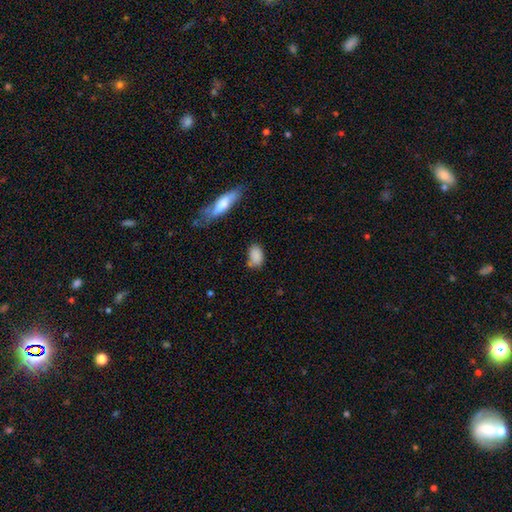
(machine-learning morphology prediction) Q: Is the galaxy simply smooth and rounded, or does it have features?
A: smooth — 85%.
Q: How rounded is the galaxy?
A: in between — 88%.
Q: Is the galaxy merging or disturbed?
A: none — 61%.